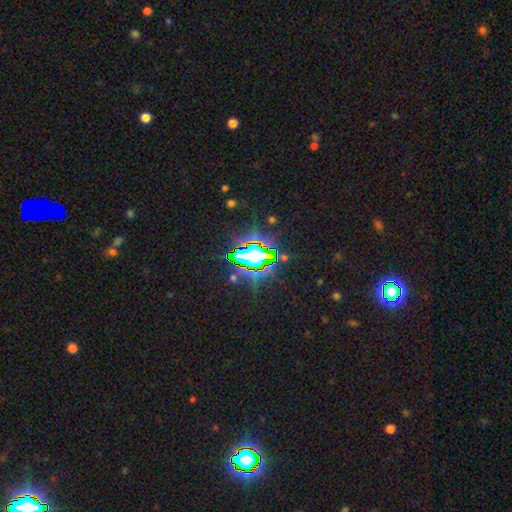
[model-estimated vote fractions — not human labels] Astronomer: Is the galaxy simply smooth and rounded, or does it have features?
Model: star or artifact — 72%.